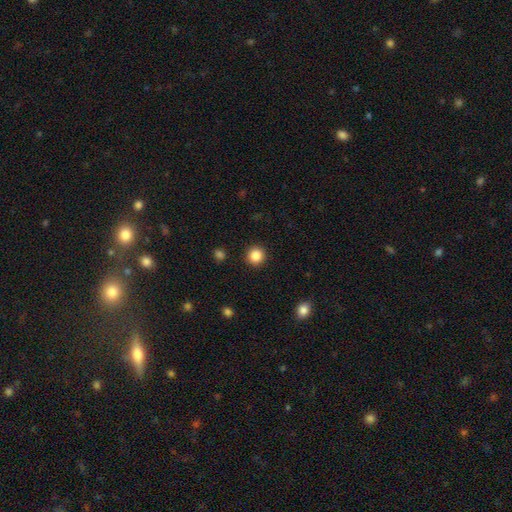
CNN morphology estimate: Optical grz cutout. It shows a smooth galaxy with no disk features (86%) that is round (94%). Merging: none (92%).